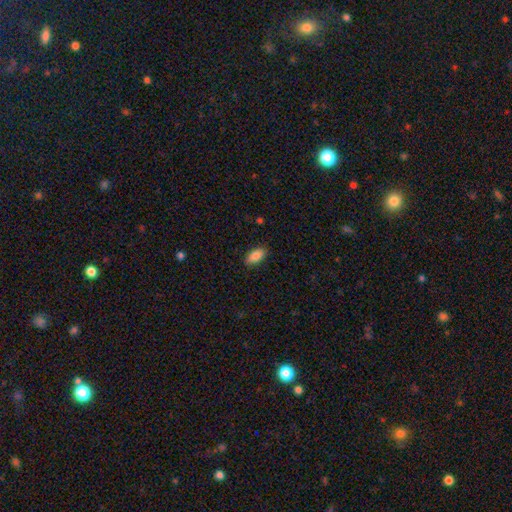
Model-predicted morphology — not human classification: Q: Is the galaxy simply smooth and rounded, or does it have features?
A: smooth — 88%.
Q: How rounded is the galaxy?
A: in between — 89%.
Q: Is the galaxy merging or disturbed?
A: none — 87%.